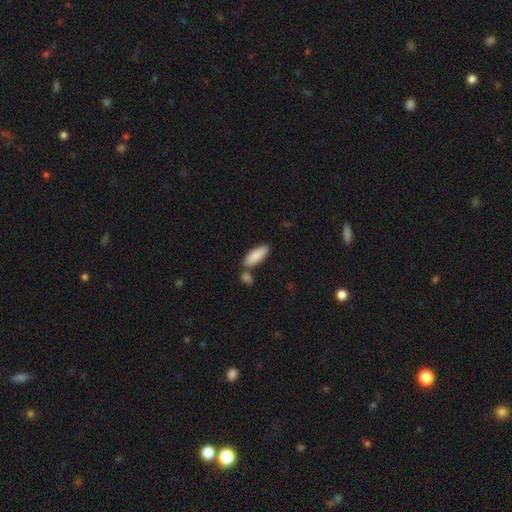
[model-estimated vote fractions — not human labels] smooth 88%, featured or disk 6%, star or artifact 5%. Down the decision tree: how rounded — in between (73%); merging — none (64%).